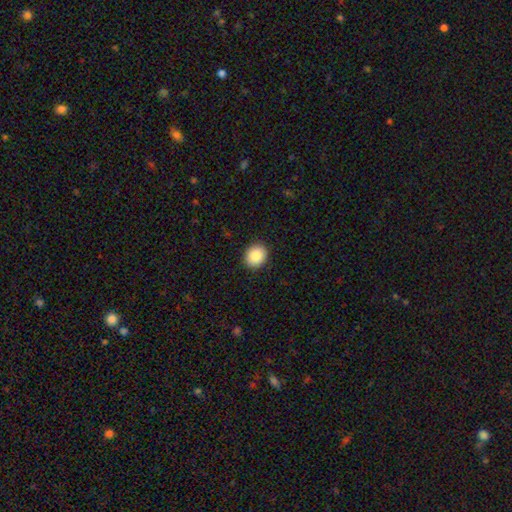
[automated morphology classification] The model was most divided on "how rounded": round: 66%, in between: 33%, cigar-shaped: 1%. More confident: merging — none (91%); smooth or featured — smooth (87%).